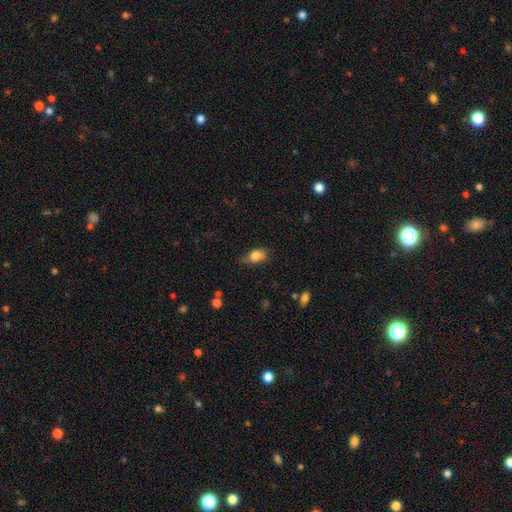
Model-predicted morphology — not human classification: Q: Smooth or featured?
A: smooth (79%); runner-up: featured or disk (13%)
Q: How rounded?
A: in between (79%); runner-up: round (17%)
Q: Merging?
A: none (52%); runner-up: minor disturbance (36%)